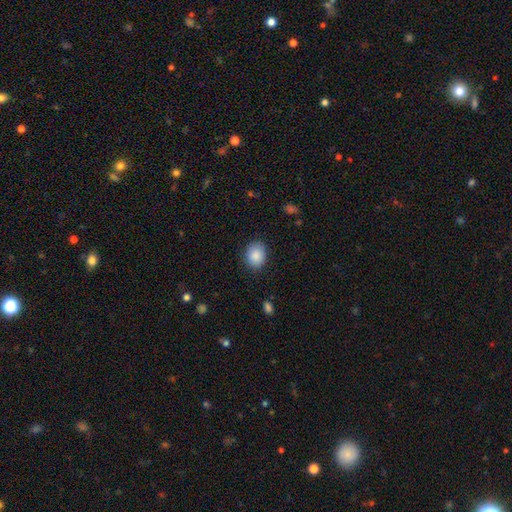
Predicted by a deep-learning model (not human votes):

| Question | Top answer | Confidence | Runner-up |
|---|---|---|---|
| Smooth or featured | smooth | 88% | star or artifact (8%) |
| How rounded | round | 53% | in between (46%) |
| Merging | none | 84% | minor disturbance (12%) |